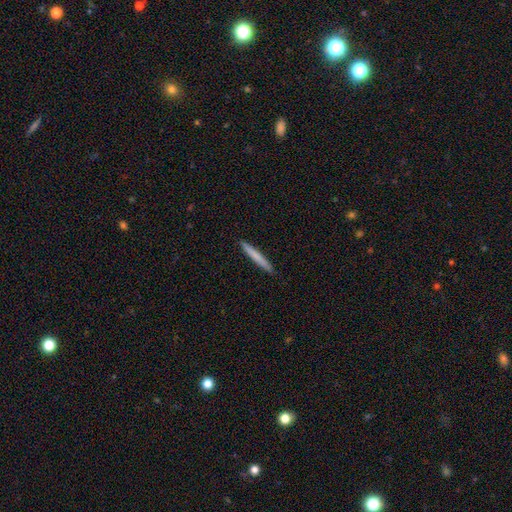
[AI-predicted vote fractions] This appears to be a smooth galaxy with no disk features (71%) that is cigar-shaped (97%). Merging: none (92%).